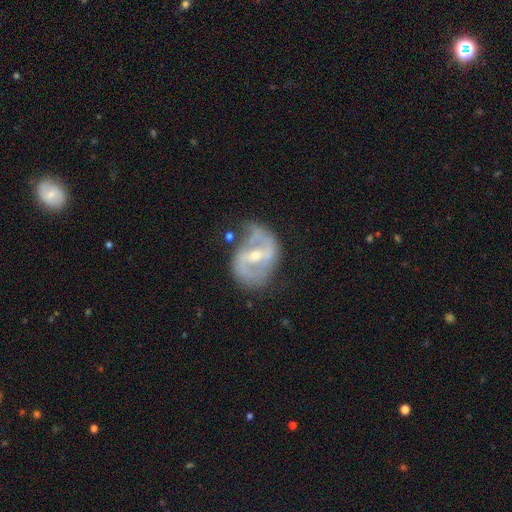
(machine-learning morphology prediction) This appears to be a featured or disk galaxy (83%) with a strong bar (43%), 2 (81%) medium (47%) spiral arms (82%) and a moderate central bulge (51%). Merging: none (56%).